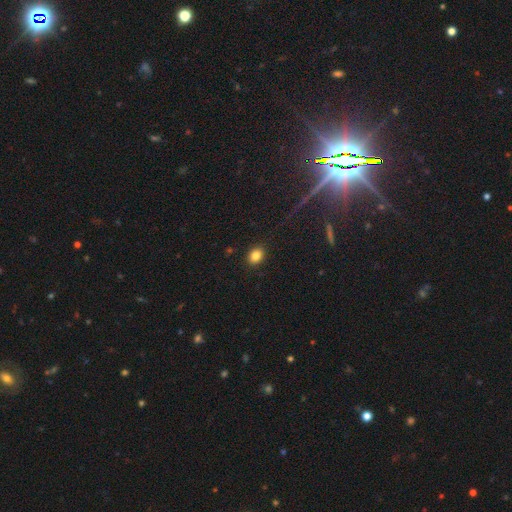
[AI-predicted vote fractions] Smooth or featured: smooth — 84% (star or artifact — 11%)
How rounded: in between — 51% (round — 48%)
Merging: none — 89% (minor disturbance — 8%)